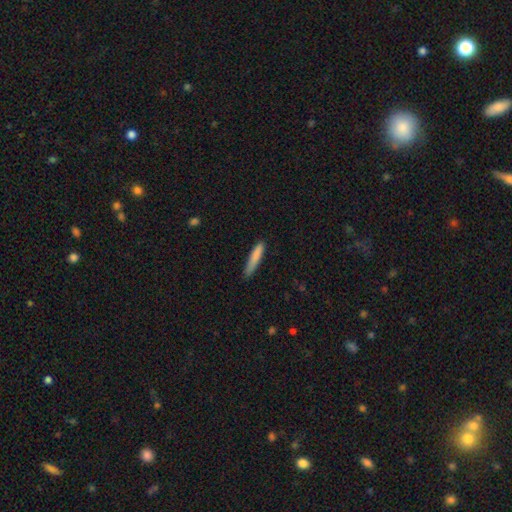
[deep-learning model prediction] Smooth or featured? Predicted: smooth (p=0.82). How rounded? Predicted: cigar-shaped (p=0.90). Merging? Predicted: none (p=0.73).